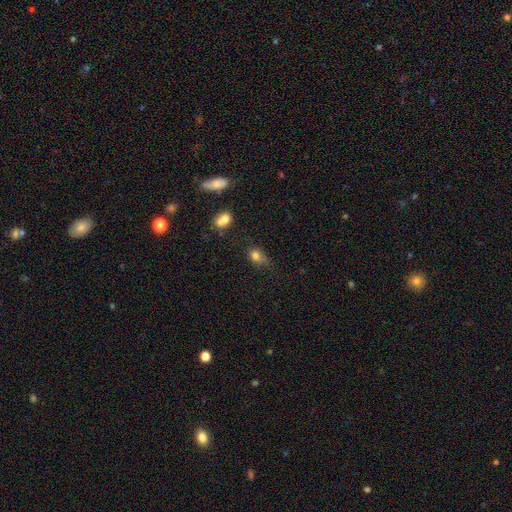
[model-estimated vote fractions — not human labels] Smooth or featured? Predicted: smooth (p=0.77). How rounded? Predicted: round (p=0.51). Merging? Predicted: none (p=0.48).